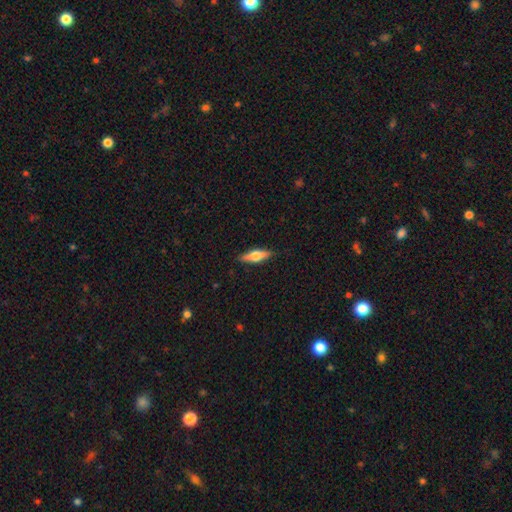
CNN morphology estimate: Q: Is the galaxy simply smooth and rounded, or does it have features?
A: smooth — 48%.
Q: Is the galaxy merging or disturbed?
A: none — 88%.